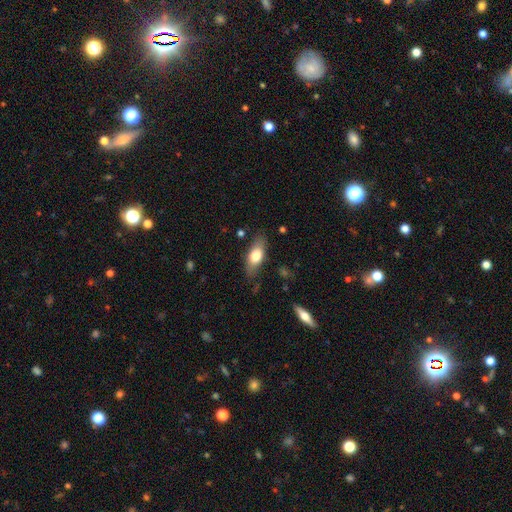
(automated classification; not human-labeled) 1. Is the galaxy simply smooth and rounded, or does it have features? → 71% smooth, 23% featured or disk, 6% star or artifact.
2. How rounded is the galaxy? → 80% in between, 16% cigar-shaped, 4% round.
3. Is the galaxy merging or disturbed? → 79% none, 16% minor disturbance, 4% major disturbance, 1% merger.